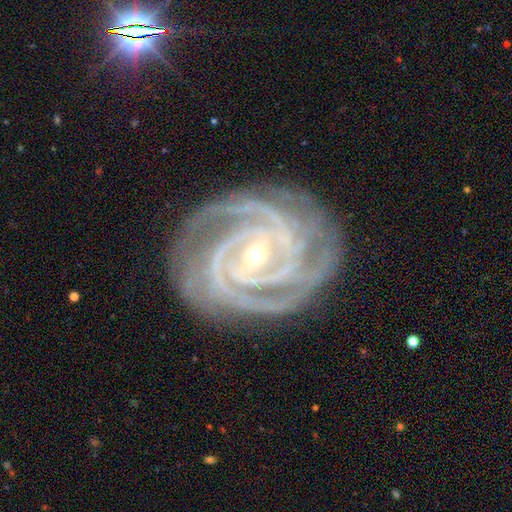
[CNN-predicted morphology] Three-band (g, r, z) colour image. It shows a featured or disk galaxy (93%) with a strong bar (39%), 3 (32%) tight (76%) spiral arms (99%) and a small central bulge (80%). Merging: none (79%).